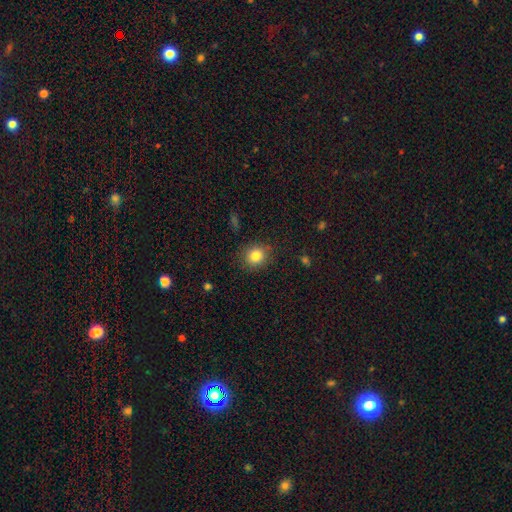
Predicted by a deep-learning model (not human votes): smooth-or-featured: smooth: 83% | star or artifact: 11% | featured or disk: 7%
  how-rounded: round: 81% | in between: 18% | cigar-shaped: 1%
  merging: none: 86% | minor disturbance: 10% | major disturbance: 3% | merger: 1%